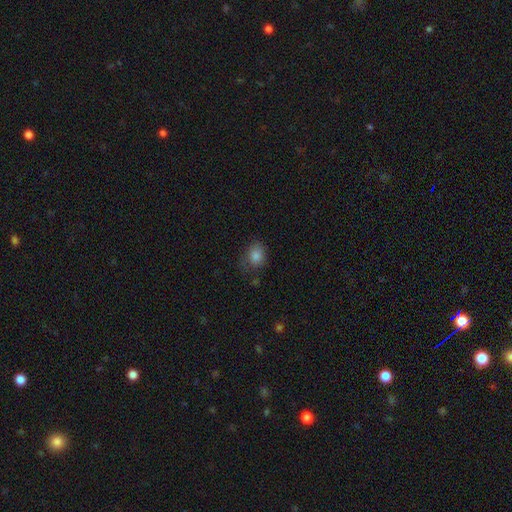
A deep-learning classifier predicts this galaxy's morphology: type=smooth (80%); roundness=in between (50%); merging=none (62%).